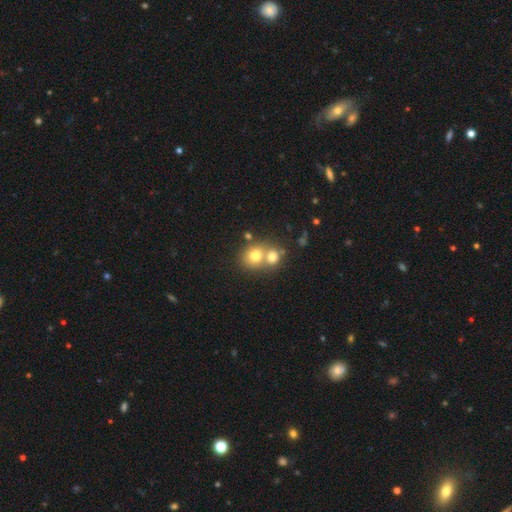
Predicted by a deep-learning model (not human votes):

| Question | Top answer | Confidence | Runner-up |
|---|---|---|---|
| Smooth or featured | smooth | 73% | featured or disk (15%) |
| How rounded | round | 76% | in between (24%) |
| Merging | merger | 56% | none (35%) |